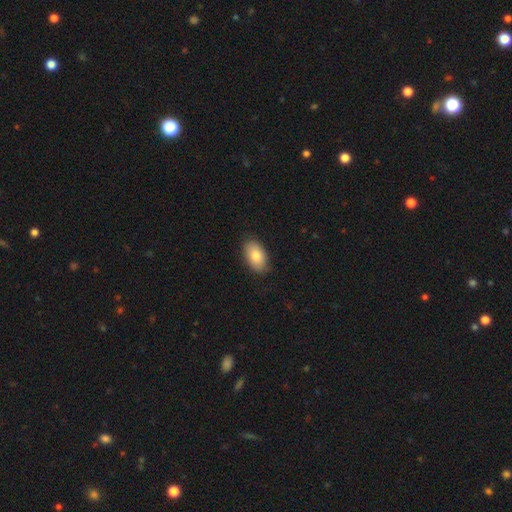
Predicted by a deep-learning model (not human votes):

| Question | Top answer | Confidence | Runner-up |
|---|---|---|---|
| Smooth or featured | smooth | 82% | featured or disk (11%) |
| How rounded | in between | 93% | round (6%) |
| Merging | none | 84% | minor disturbance (12%) |